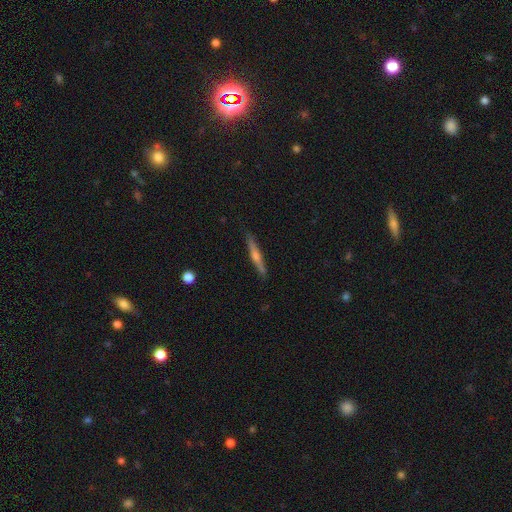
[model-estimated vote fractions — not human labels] Q: Smooth or featured?
A: featured or disk (67%); runner-up: smooth (27%)
Q: Edge-on disk?
A: yes (97%); runner-up: no (3%)
Q: Edge-on bulge?
A: rounded (78%); runner-up: none (14%)
Q: Merging?
A: none (89%); runner-up: minor disturbance (8%)